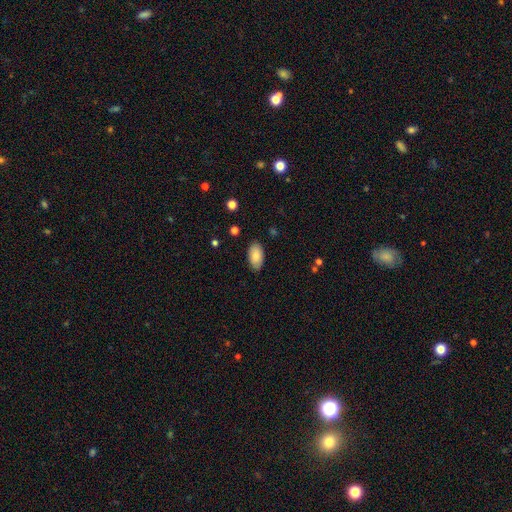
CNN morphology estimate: Smooth or featured? Predicted: smooth (p=0.86). How rounded? Predicted: in between (p=0.95). Merging? Predicted: none (p=0.86).